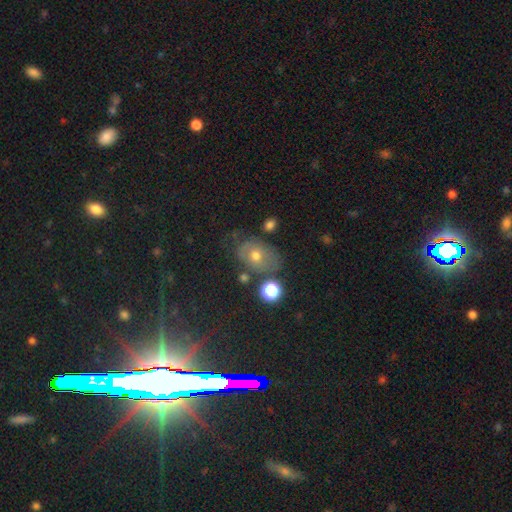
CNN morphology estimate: A smooth galaxy with no disk features (52%) that is in between round and cigar-shaped (67%).

Vote fractions:
- Smooth or featured? smooth: 52% / featured or disk: 30% / star or artifact: 18%
- How rounded? in between: 67% / round: 32% / cigar-shaped: 1%
- Merging? none: 63% / minor disturbance: 22% / major disturbance: 9% / merger: 6%